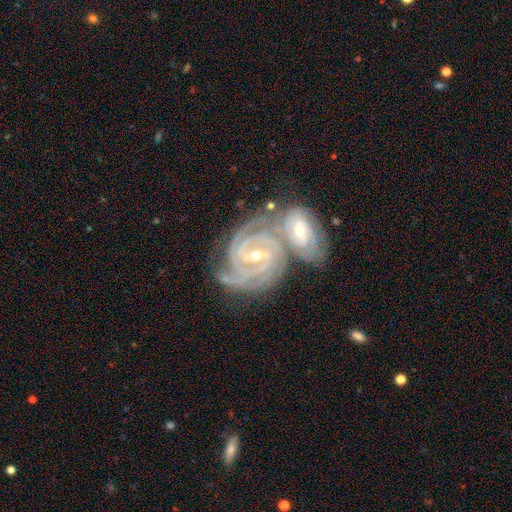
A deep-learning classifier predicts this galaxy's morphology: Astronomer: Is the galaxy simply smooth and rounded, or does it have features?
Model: featured or disk — 92%.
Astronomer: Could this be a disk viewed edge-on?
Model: no — 98%.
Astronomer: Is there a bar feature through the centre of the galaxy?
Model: strong — 42% (runner-up: weak, 39%).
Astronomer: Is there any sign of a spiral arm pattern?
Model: yes — 99%.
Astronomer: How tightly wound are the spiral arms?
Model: tight — 70%.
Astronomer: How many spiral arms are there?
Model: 3 — 41% (runner-up: 2, 19%).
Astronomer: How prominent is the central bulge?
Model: small — 66%.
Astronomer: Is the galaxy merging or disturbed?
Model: merger — 53% (runner-up: none, 30%).